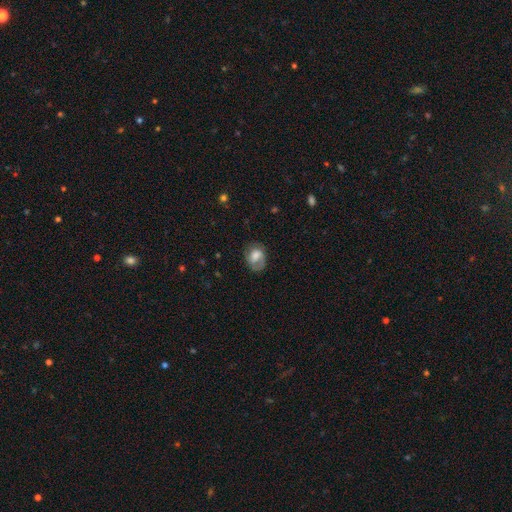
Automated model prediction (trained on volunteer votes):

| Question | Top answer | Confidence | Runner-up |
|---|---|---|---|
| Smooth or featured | smooth | 48% | featured or disk (43%) |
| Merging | none | 58% | minor disturbance (25%) |